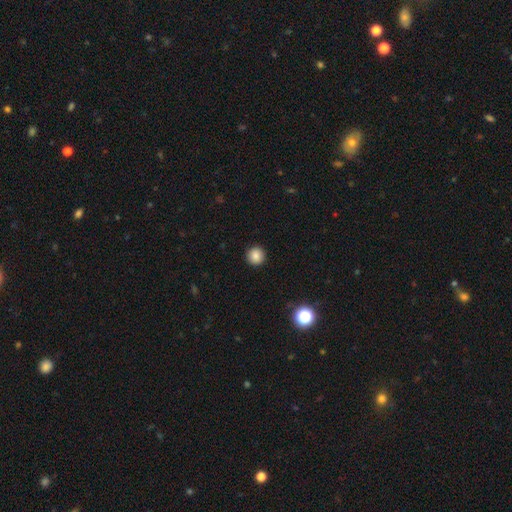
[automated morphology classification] Q: Smooth or featured?
A: smooth (85%); runner-up: star or artifact (10%)
Q: How rounded?
A: round (95%); runner-up: in between (4%)
Q: Merging?
A: none (93%); runner-up: minor disturbance (4%)